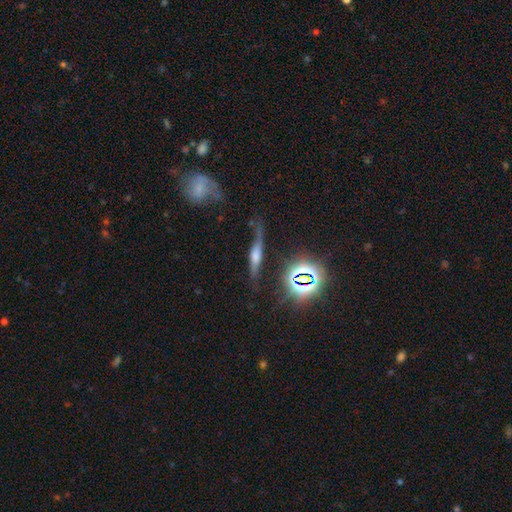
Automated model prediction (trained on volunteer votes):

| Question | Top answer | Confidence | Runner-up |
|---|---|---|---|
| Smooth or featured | featured or disk | 50% | smooth (30%) |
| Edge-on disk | yes | 78% | no (22%) |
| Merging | none | 58% | minor disturbance (25%) |